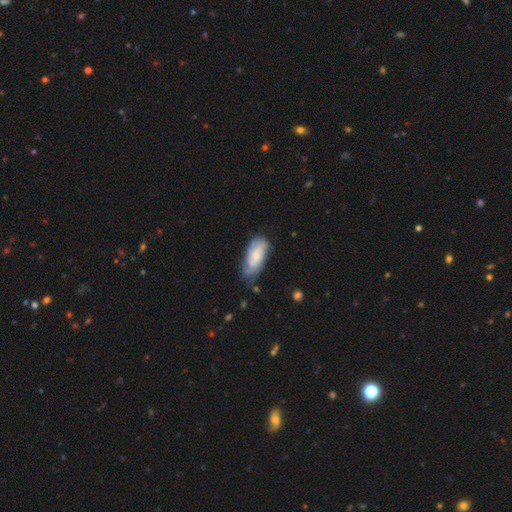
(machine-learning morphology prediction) Smooth or featured: featured or disk — 60% (smooth — 33%)
Edge-on disk: no — 93% (yes — 7%)
Bar: no — 64% (weak — 30%)
Spiral arms: yes — 89% (no — 11%)
Bulge size: small — 52% (moderate — 29%)
Merging: none — 63% (minor disturbance — 27%)